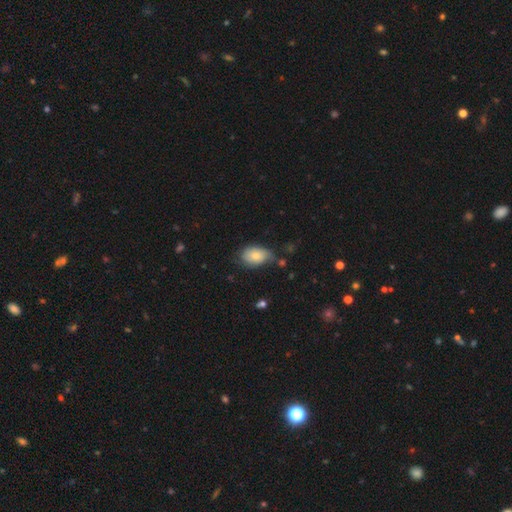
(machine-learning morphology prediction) A smooth galaxy with no disk features (78%) that is in between round and cigar-shaped (87%).

Vote fractions:
- Smooth or featured? smooth: 78% / featured or disk: 15% / star or artifact: 7%
- How rounded? in between: 87% / round: 12% / cigar-shaped: 1%
- Merging? none: 52% / minor disturbance: 34% / major disturbance: 10% / merger: 5%